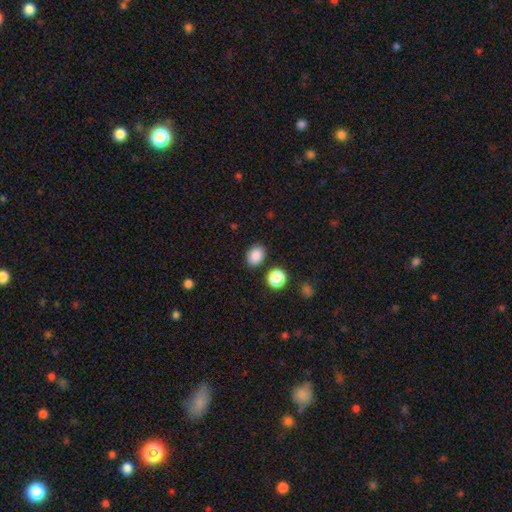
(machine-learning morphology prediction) This appears to be a smooth galaxy with no disk features (86%) that is in between round and cigar-shaped (57%). Merging: none (85%).